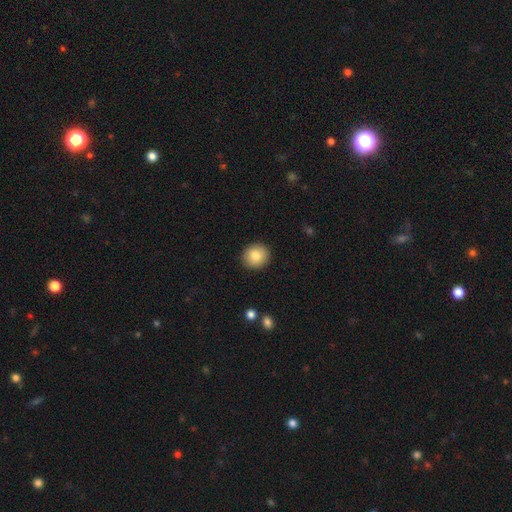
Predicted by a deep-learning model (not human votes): Morphology: type=smooth (85%); roundness=round (86%); merging=none (91%).